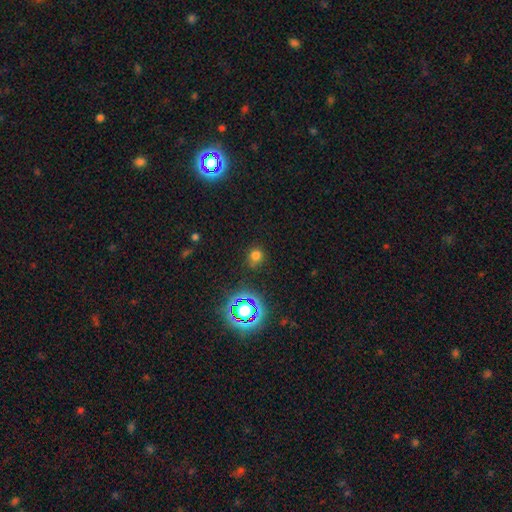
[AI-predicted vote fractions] Smooth or featured: smooth — 67% (star or artifact — 27%)
How rounded: round — 84% (in between — 15%)
Merging: none — 79% (minor disturbance — 13%)